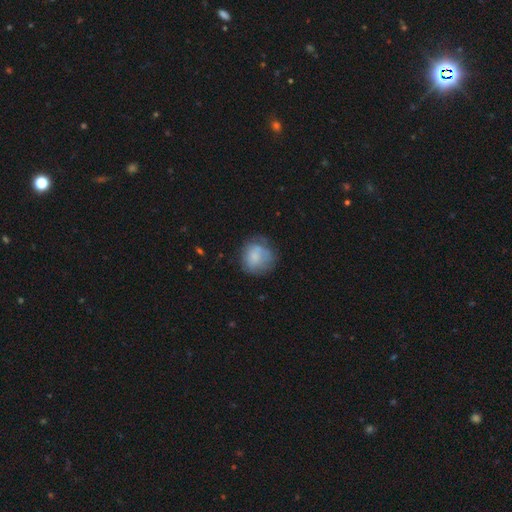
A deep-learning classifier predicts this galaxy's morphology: This is likely a smooth galaxy (70%). How rounded: clearly round (82%). Merging: possibly none (52%).